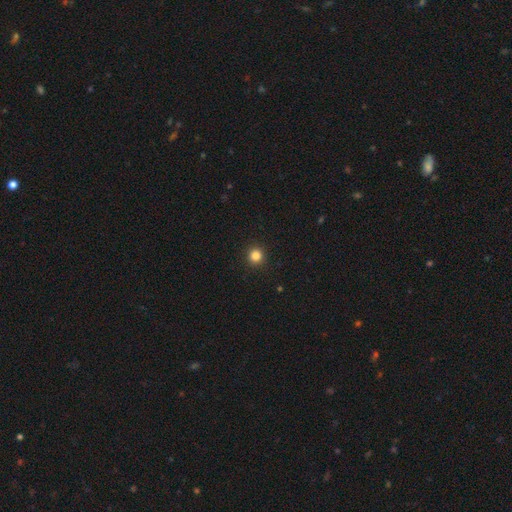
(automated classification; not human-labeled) Smooth or featured?
  - smooth: 84% *
  - star or artifact: 12%
  - featured or disk: 4%
How rounded?
  - round: 95% *
  - in between: 4%
  - cigar-shaped: 1%
Merging?
  - none: 93% *
  - minor disturbance: 4%
  - major disturbance: 2%
  - merger: 1%